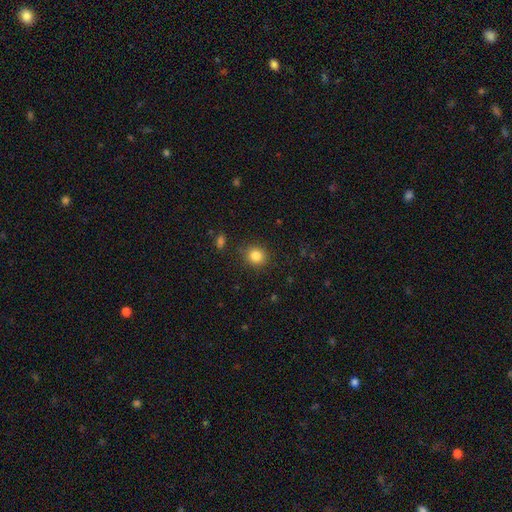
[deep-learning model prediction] Smooth or featured? Predicted: smooth (p=0.84). How rounded? Predicted: round (p=0.84). Merging? Predicted: none (p=0.87).